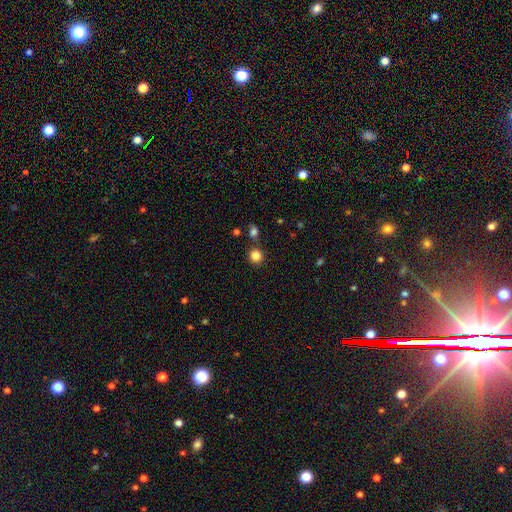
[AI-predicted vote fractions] The model was most divided on "smooth or featured": smooth: 83%, star or artifact: 12%, featured or disk: 4%. More confident: how rounded — round (91%); merging — none (81%).